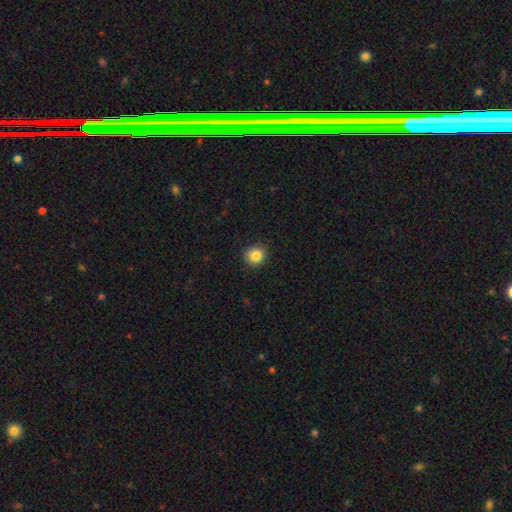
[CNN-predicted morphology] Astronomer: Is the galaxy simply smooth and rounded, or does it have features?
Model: smooth — 85%.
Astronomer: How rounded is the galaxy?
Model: round — 89%.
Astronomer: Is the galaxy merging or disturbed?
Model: none — 90%.